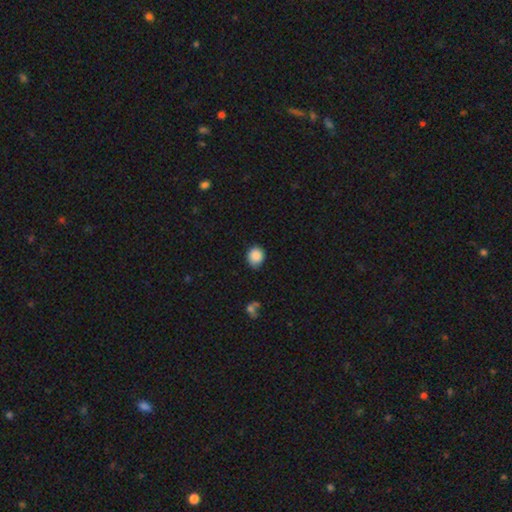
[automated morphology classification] A smooth galaxy with no disk features (88%) that is round (77%). Merging: none (74%).